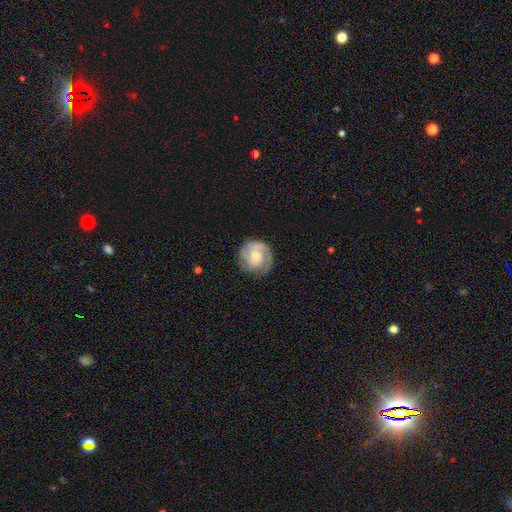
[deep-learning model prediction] smooth-or-featured: featured or disk: 61% | smooth: 32% | star or artifact: 6%
  disk-edge-on: no: 98% | yes: 2%
    bar: no: 62% | weak: 33% | strong: 5%
    has-spiral-arms: yes: 89% | no: 11%
      spiral-winding: tight: 49% | medium: 37% | loose: 14%
      spiral-arm-count: 2: 43% | can't tell: 20% | 1: 19% | 3: 12% | 4: 3% | more than 4: 3%
    bulge-size: moderate: 56% | small: 30% | large: 8% | none: 4% | dominant: 1%
  merging: none: 78% | minor disturbance: 15% | major disturbance: 6% | merger: 1%